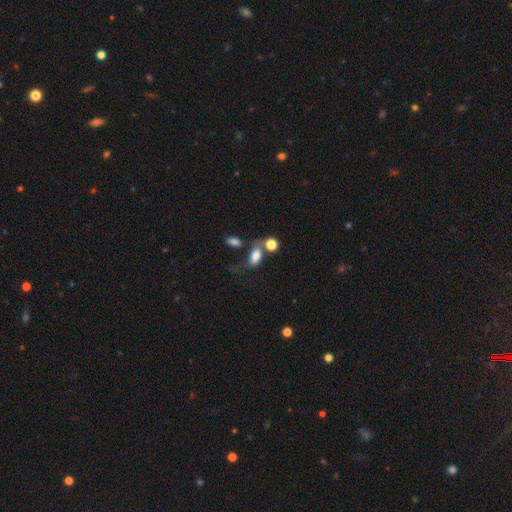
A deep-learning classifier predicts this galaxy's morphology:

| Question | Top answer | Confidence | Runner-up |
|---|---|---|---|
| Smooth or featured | smooth | 75% | featured or disk (15%) |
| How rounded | in between | 83% | round (14%) |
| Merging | merger | 37% | none (31%) |